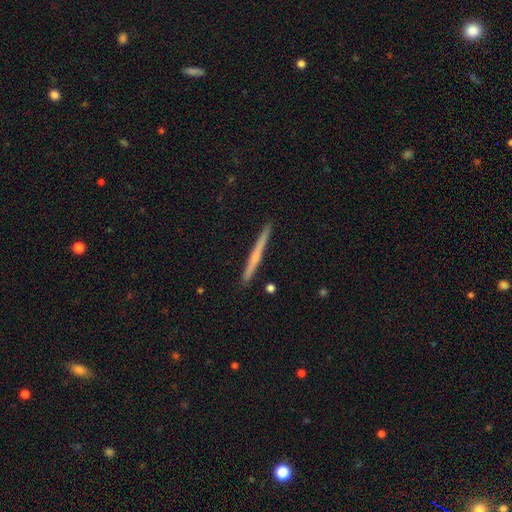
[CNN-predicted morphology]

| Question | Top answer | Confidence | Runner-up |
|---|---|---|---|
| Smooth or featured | featured or disk | 55% | smooth (40%) |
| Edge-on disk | yes | 98% | no (2%) |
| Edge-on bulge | none | 59% | rounded (36%) |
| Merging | none | 92% | minor disturbance (6%) |